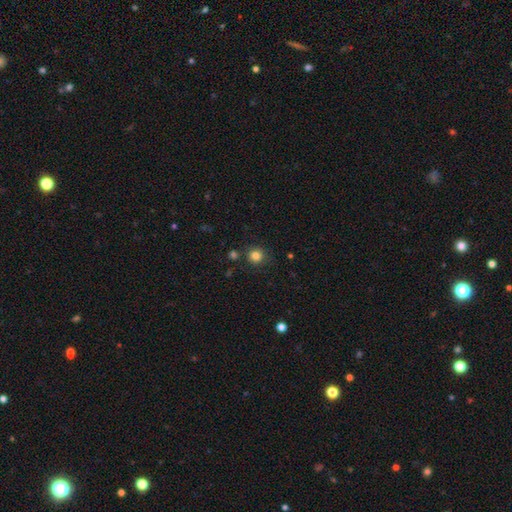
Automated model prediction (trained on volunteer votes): This appears to be a smooth galaxy with no disk features (83%) that is round (91%). Merging: none (84%).